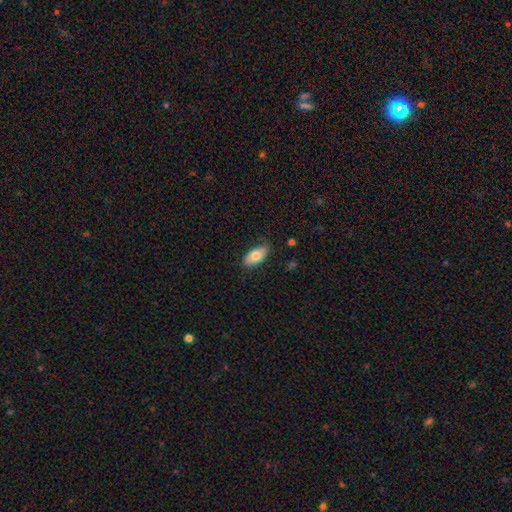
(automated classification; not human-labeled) smooth 76%, featured or disk 17%, star or artifact 6%. Down the decision tree: how rounded — in between (92%); merging — none (76%).